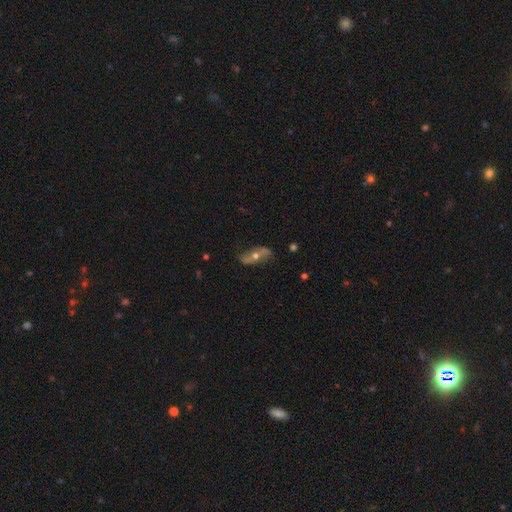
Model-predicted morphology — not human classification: The model was most divided on "smooth or featured": featured or disk: 63%, smooth: 28%, star or artifact: 9%. More confident: merging — none (79%); edge-on disk — no (70%).